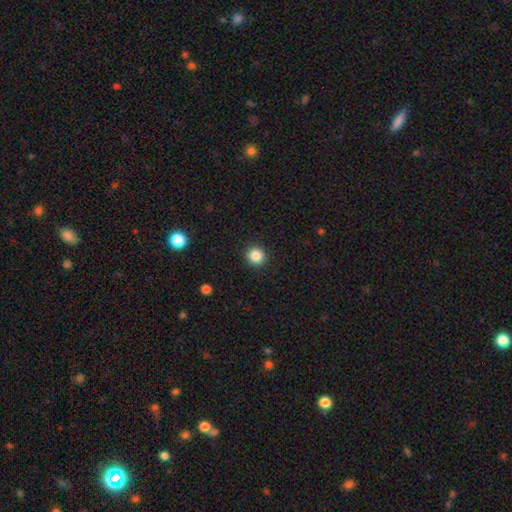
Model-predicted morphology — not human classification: A smooth galaxy with no disk features (85%) that is round (93%).

Vote fractions:
- Smooth or featured? smooth: 85% / star or artifact: 11% / featured or disk: 5%
- How rounded? round: 93% / in between: 6% / cigar-shaped: 1%
- Merging? none: 92% / minor disturbance: 5% / major disturbance: 2% / merger: 1%